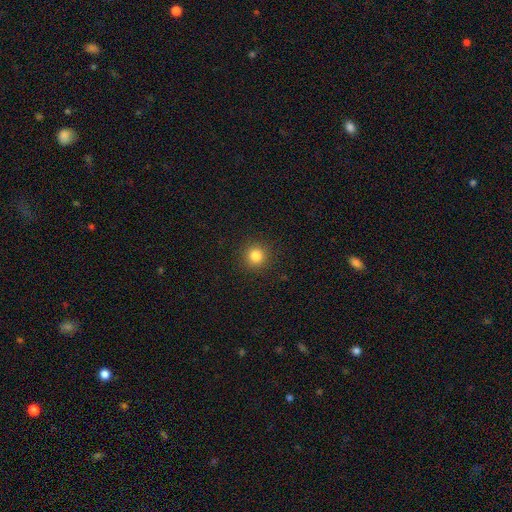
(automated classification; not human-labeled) This appears to be a smooth galaxy with no disk features (83%) that is round (95%). Merging: none (92%).